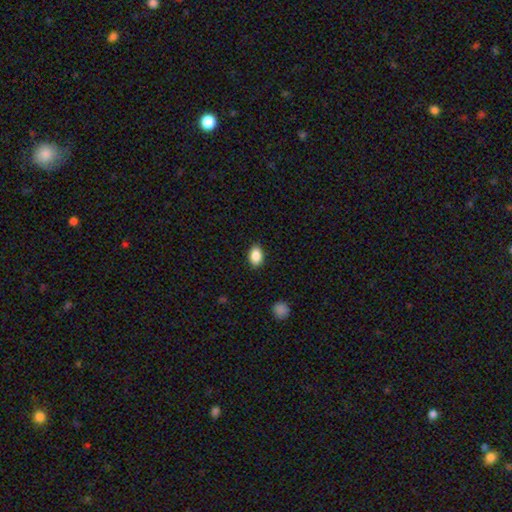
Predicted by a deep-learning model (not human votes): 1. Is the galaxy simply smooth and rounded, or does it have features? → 88% smooth, 8% star or artifact, 4% featured or disk.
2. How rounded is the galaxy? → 83% in between, 16% round, 1% cigar-shaped.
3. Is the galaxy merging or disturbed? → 88% none, 9% minor disturbance, 2% major disturbance, 1% merger.